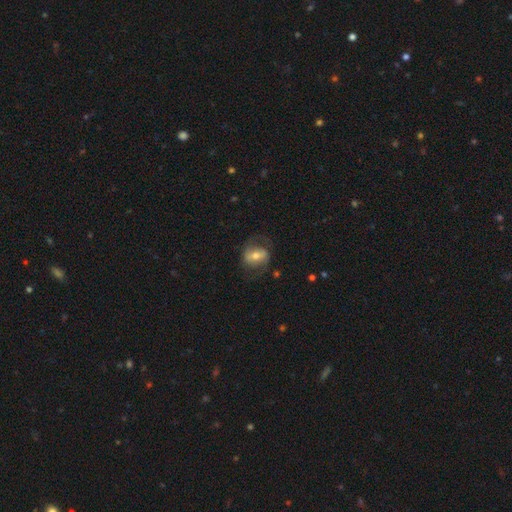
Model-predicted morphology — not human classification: This appears to be a featured or disk galaxy (53%). Merging: none (65%).